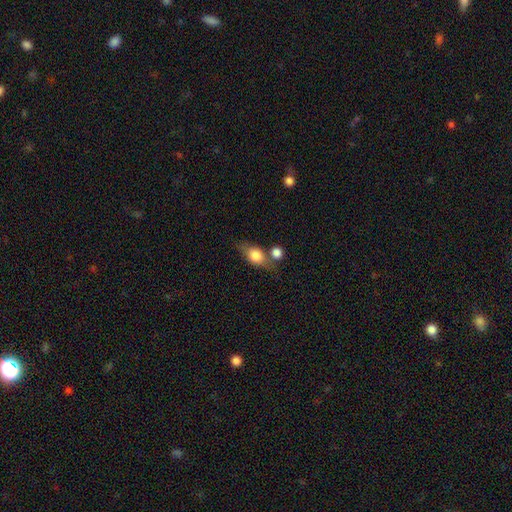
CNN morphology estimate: The model was most divided on "merging": none: 49%, merger: 29%, minor disturbance: 15%, major disturbance: 6%. More confident: smooth or featured — smooth (72%); how rounded — in between (65%).